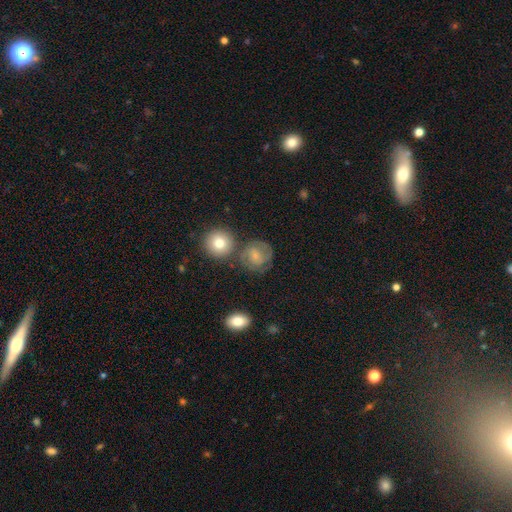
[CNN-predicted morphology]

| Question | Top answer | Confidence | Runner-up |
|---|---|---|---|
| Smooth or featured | smooth | 45% | tied: featured or disk (45%) |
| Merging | none | 62% | minor disturbance (18%) |